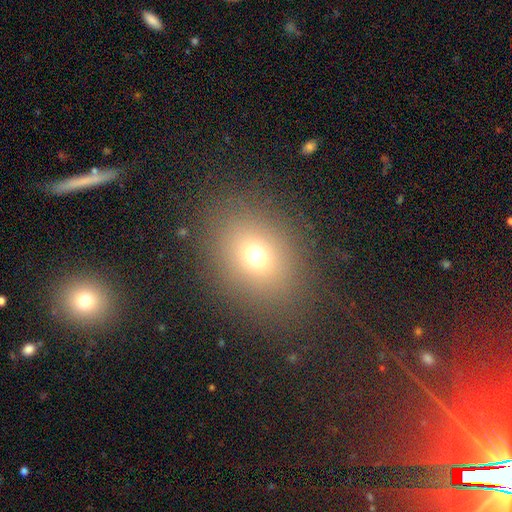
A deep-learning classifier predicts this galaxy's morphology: Q: Smooth or featured?
A: smooth (68%); runner-up: star or artifact (21%)
Q: How rounded?
A: round (52%); runner-up: in between (46%)
Q: Merging?
A: none (84%); runner-up: minor disturbance (9%)